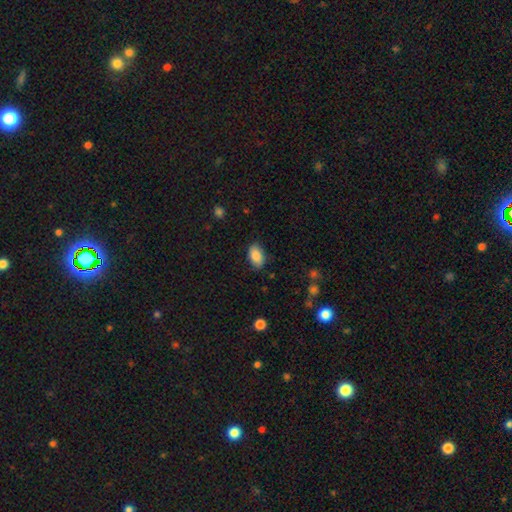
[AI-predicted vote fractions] This appears to be a smooth galaxy with no disk features (87%) that is in between round and cigar-shaped (92%). Merging: none (83%).